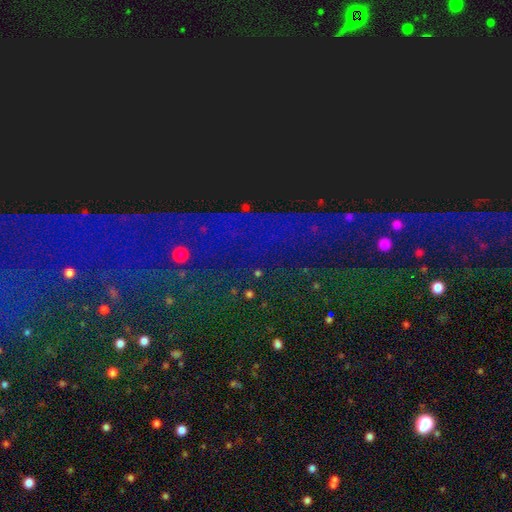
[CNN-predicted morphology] Smooth or featured? star or artifact (85%)